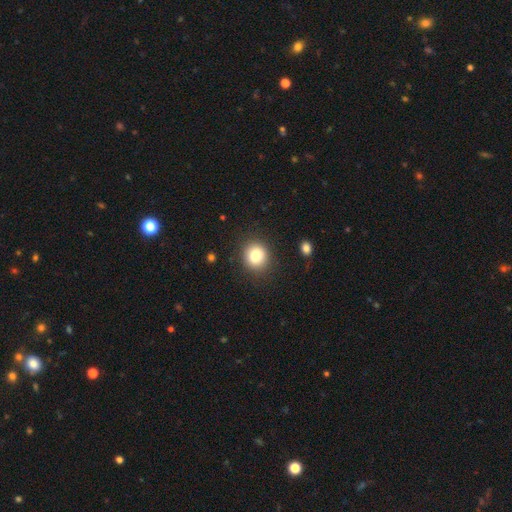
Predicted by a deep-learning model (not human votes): Overall: smooth (81%). How rounded: round (82%). Merging: none (88%).